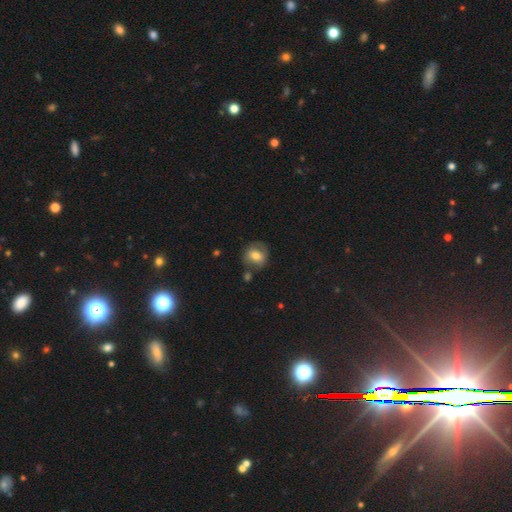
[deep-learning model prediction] Smooth or featured? smooth (65%)
How rounded? round (75%)
Merging? none (66%)